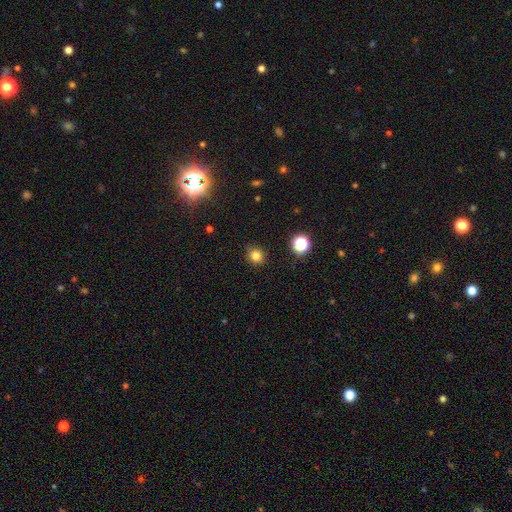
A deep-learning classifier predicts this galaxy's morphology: The model was most divided on "how rounded": round: 79%, in between: 20%, cigar-shaped: 1%. More confident: merging — none (88%); smooth or featured — smooth (81%).